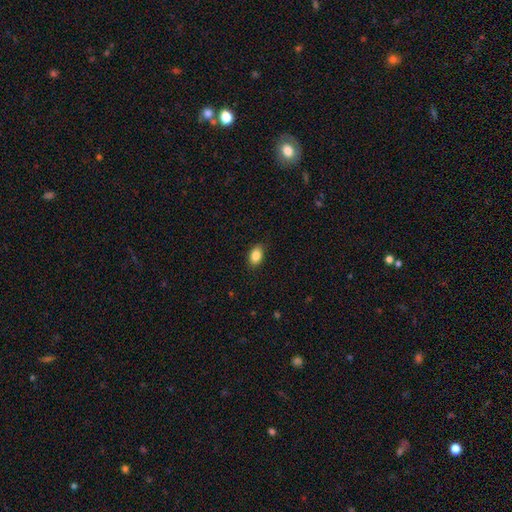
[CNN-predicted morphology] smooth-or-featured: smooth: 86% | star or artifact: 8% | featured or disk: 6%
  how-rounded: in between: 86% | round: 12% | cigar-shaped: 2%
  merging: none: 85% | minor disturbance: 11% | major disturbance: 2% | merger: 1%